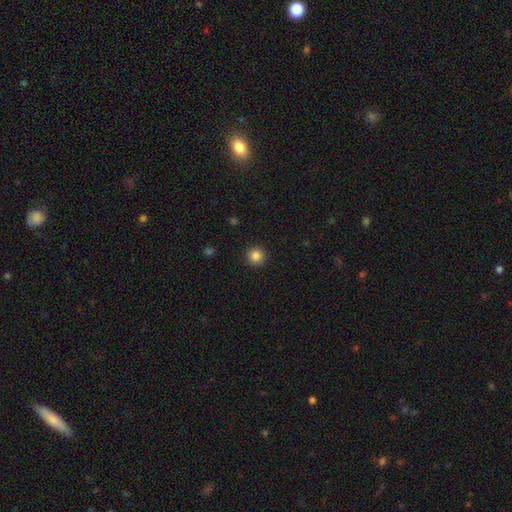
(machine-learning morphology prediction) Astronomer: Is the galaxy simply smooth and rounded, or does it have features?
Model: smooth — 85%.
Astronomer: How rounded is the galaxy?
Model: round — 95%.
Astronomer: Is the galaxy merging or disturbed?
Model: none — 92%.